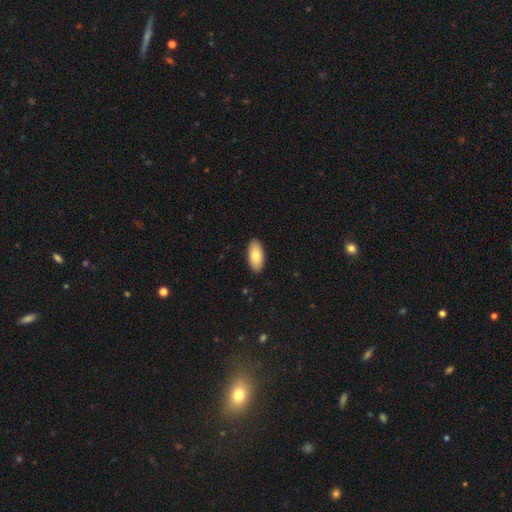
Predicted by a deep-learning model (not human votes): A smooth galaxy with no disk features (84%) that is in between round and cigar-shaped (92%).

Vote fractions:
- Smooth or featured? smooth: 84% / featured or disk: 11% / star or artifact: 6%
- How rounded? in between: 92% / cigar-shaped: 6% / round: 2%
- Merging? none: 90% / minor disturbance: 7% / major disturbance: 2% / merger: 1%